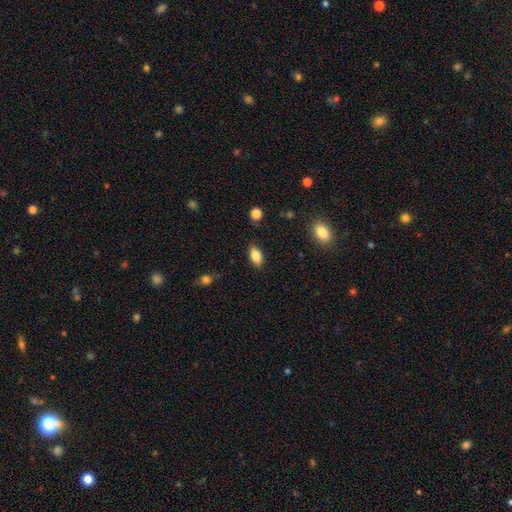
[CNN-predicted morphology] A smooth galaxy with no disk features (85%) that is in between round and cigar-shaped (91%). Merging: none (85%).